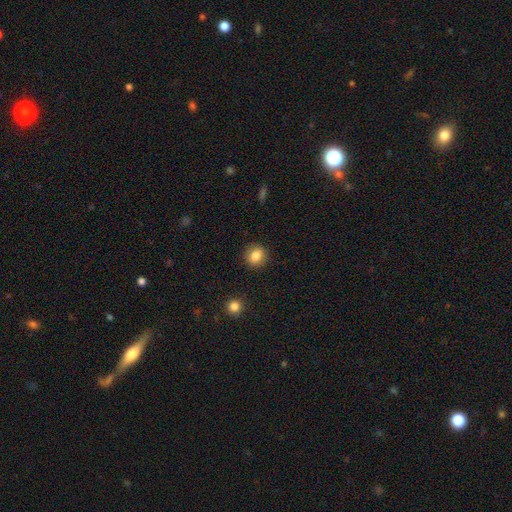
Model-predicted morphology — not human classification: Smooth or featured?
  - smooth: 84% *
  - star or artifact: 10%
  - featured or disk: 6%
How rounded?
  - round: 73% *
  - in between: 26%
  - cigar-shaped: 1%
Merging?
  - none: 88% *
  - minor disturbance: 8%
  - major disturbance: 2%
  - merger: 1%